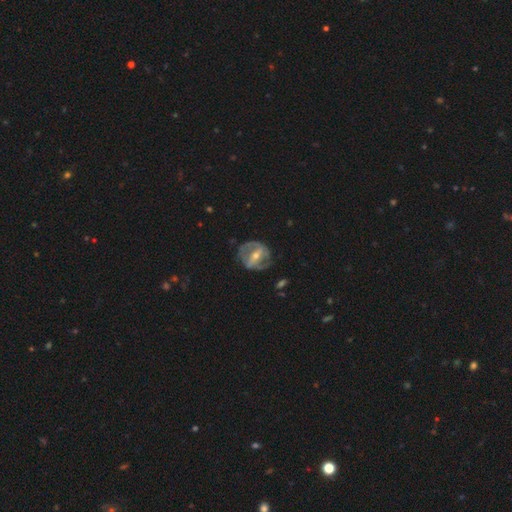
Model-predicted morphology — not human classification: smooth-or-featured: featured or disk: 81% | smooth: 12% | star or artifact: 6%
  disk-edge-on: no: 95% | yes: 5%
    bar: strong: 58% | weak: 29% | no: 13%
    has-spiral-arms: yes: 80% | no: 20%
      spiral-winding: medium: 44% | tight: 35% | loose: 21%
      spiral-arm-count: 2: 78% | can't tell: 13% | 1: 4% | 3: 3% | 4: 1% | more than 4: 1%
    bulge-size: moderate: 50% | small: 46% | large: 2% | none: 1% | dominant: 1%
  merging: none: 70% | minor disturbance: 18% | major disturbance: 9% | merger: 2%